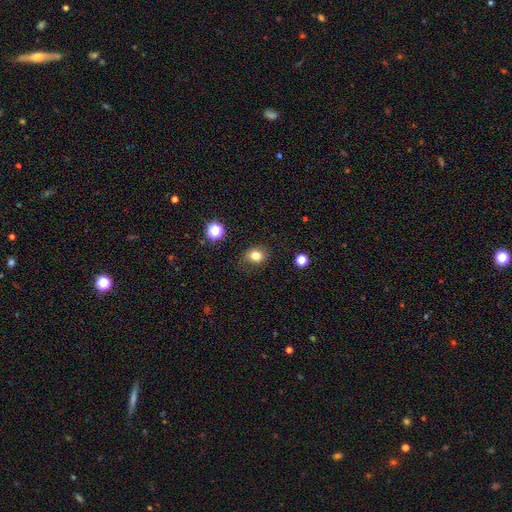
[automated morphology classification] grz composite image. It shows a smooth galaxy with no disk features (79%) that is round (60%). Merging: none (82%).